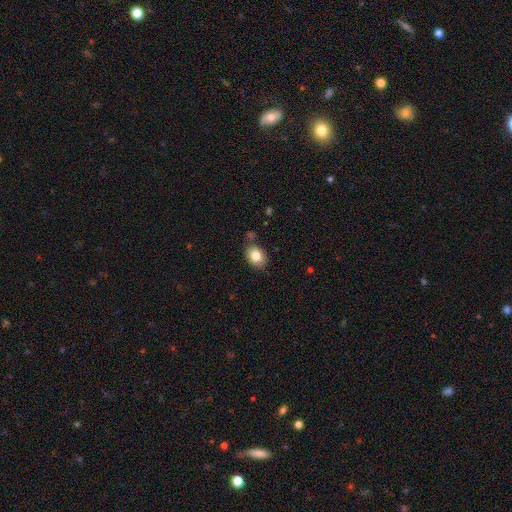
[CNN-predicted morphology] Overall: smooth (82%). How rounded: in between (66%; round 33%). Merging: none (79%).